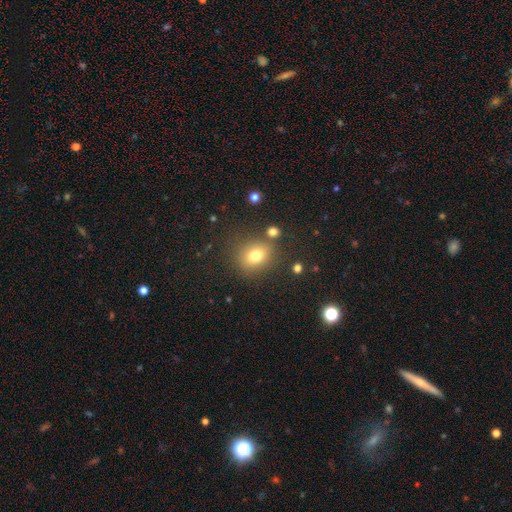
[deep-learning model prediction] smooth 76%, star or artifact 14%, featured or disk 10%. Down the decision tree: how rounded — round (65%); merging — none (77%).